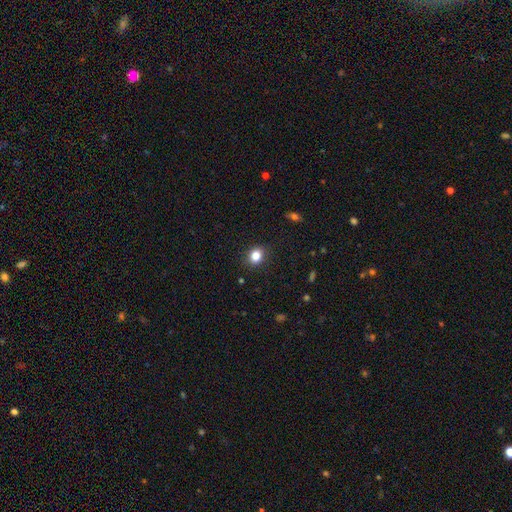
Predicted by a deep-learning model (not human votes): Smooth or featured?
  - smooth: 84% *
  - star or artifact: 11%
  - featured or disk: 5%
How rounded?
  - round: 61% *
  - in between: 38%
  - cigar-shaped: 1%
Merging?
  - none: 88% *
  - minor disturbance: 9%
  - major disturbance: 3%
  - merger: 1%